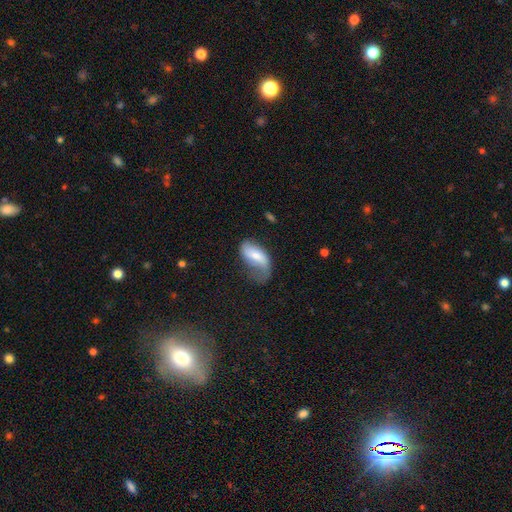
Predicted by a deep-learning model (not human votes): smooth 57%, featured or disk 36%, star or artifact 7%. Down the decision tree: how rounded — in between (89%); merging — major disturbance (39%).